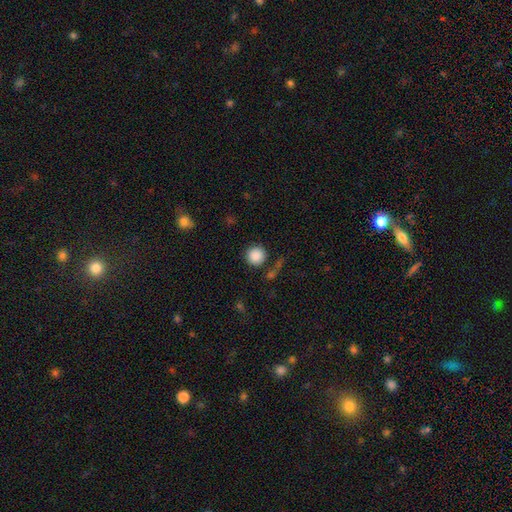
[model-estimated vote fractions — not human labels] smooth 88%, star or artifact 8%, featured or disk 4%. Down the decision tree: how rounded — round (95%); merging — none (80%).